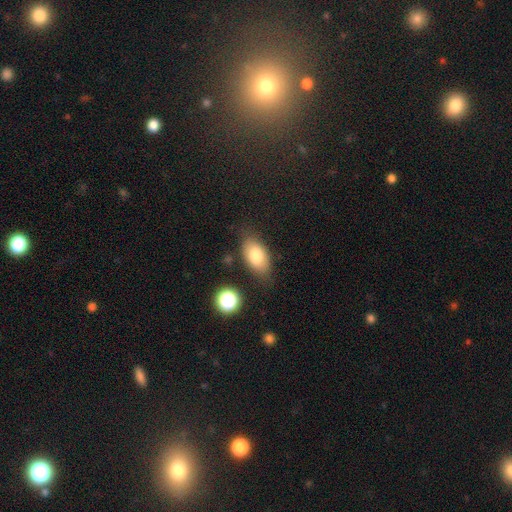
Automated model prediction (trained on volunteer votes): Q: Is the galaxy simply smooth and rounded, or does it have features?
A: smooth — 80%.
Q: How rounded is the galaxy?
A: in between — 91%.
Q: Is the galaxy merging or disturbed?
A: none — 75%.